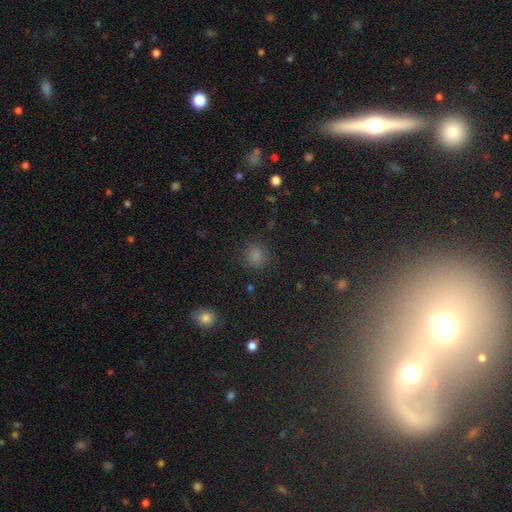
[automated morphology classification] A smooth galaxy with no disk features (79%) that is round (89%).

Vote fractions:
- Smooth or featured? smooth: 79% / star or artifact: 17% / featured or disk: 4%
- How rounded? round: 89% / in between: 10% / cigar-shaped: 1%
- Merging? none: 86% / minor disturbance: 9% / major disturbance: 4% / merger: 2%